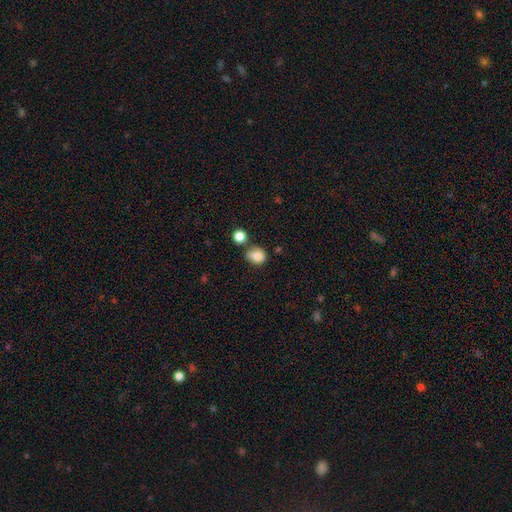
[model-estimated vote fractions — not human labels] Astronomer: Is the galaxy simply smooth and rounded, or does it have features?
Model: smooth — 83%.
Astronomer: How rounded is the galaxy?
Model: round — 62% (runner-up: in between, 37%).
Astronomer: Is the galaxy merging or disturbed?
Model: none — 56%.